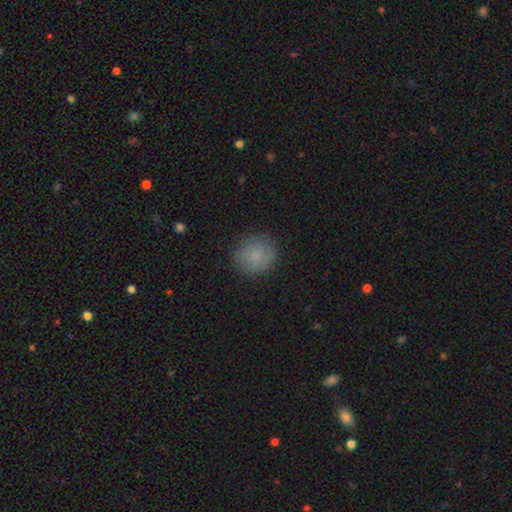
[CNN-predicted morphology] This is clearly a smooth galaxy (81%). How rounded: clearly round (87%). Merging: clearly none (86%).